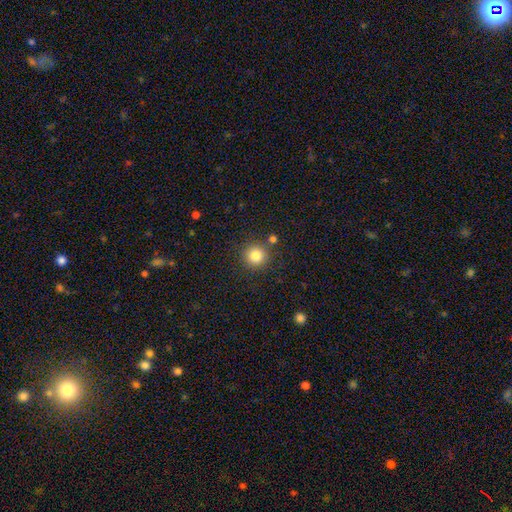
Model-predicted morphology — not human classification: Q: Smooth or featured?
A: smooth (83%); runner-up: star or artifact (11%)
Q: How rounded?
A: round (94%); runner-up: in between (5%)
Q: Merging?
A: none (86%); runner-up: minor disturbance (7%)